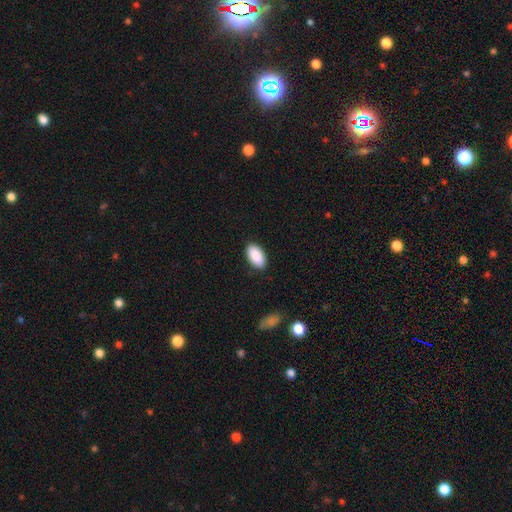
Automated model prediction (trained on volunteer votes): A smooth galaxy with no disk features (91%) that is in between round and cigar-shaped (95%).

Vote fractions:
- Smooth or featured? smooth: 91% / star or artifact: 6% / featured or disk: 4%
- How rounded? in between: 95% / round: 2% / cigar-shaped: 2%
- Merging? none: 89% / minor disturbance: 8% / major disturbance: 2% / merger: 1%